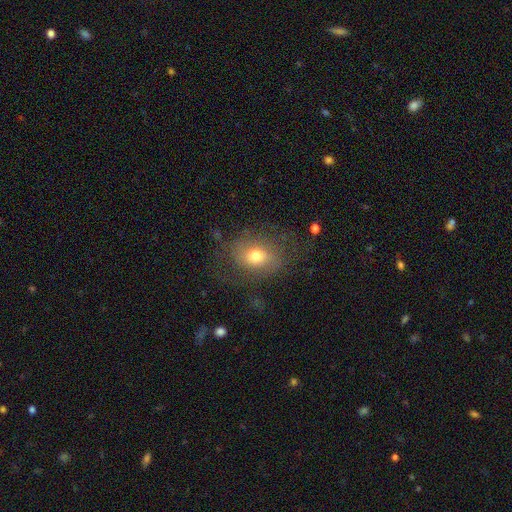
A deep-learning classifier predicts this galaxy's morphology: Smooth or featured? Predicted: smooth (p=0.63). How rounded? Predicted: in between (p=0.60). Merging? Predicted: none (p=0.59).